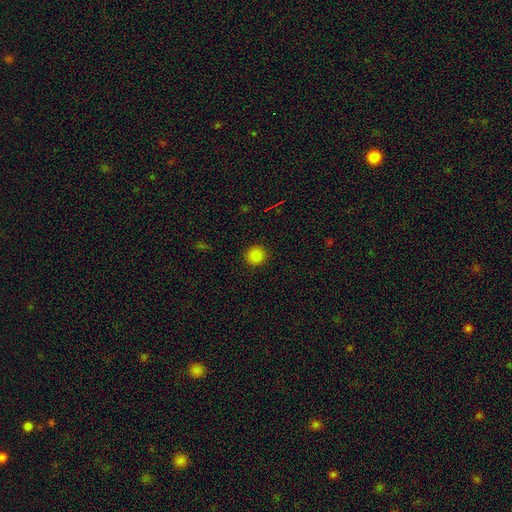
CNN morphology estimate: Smooth or featured?
  - smooth: 85% *
  - star or artifact: 12%
  - featured or disk: 3%
How rounded?
  - round: 93% *
  - in between: 6%
  - cigar-shaped: 1%
Merging?
  - none: 91% *
  - minor disturbance: 6%
  - major disturbance: 2%
  - merger: 1%